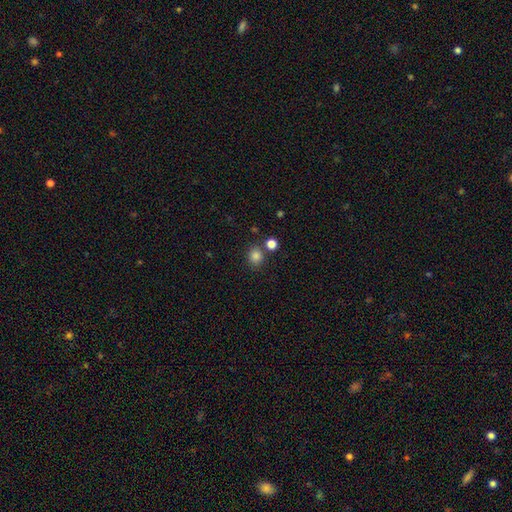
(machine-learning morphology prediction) The model was most divided on "how rounded": round: 76%, in between: 23%, cigar-shaped: 1%. More confident: smooth or featured — smooth (83%); merging — none (77%).